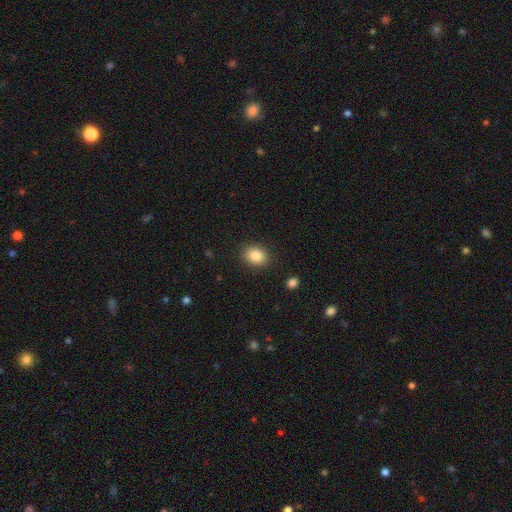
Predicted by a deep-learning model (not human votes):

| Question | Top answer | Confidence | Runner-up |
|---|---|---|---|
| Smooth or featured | smooth | 85% | star or artifact (9%) |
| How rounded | in between | 55% | round (44%) |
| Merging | none | 88% | minor disturbance (8%) |